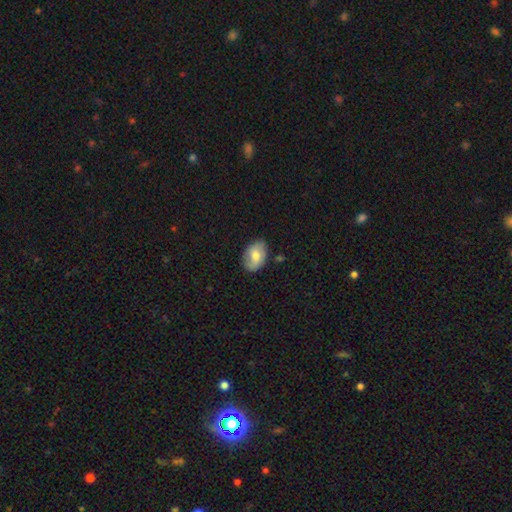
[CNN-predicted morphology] Smooth or featured? smooth (70%)
How rounded? in between (84%)
Merging? none (77%)